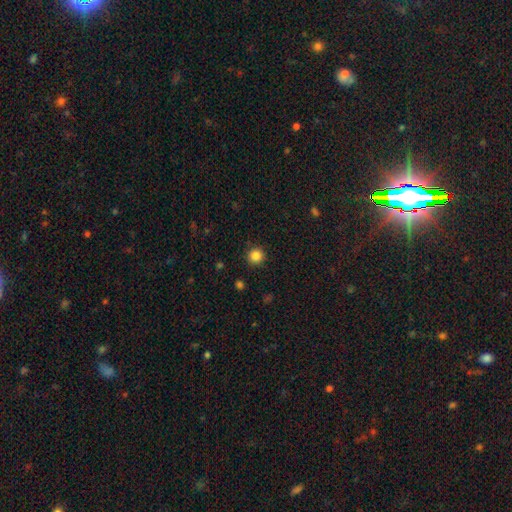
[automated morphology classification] type=smooth (85%); roundness=round (94%); merging=none (91%).